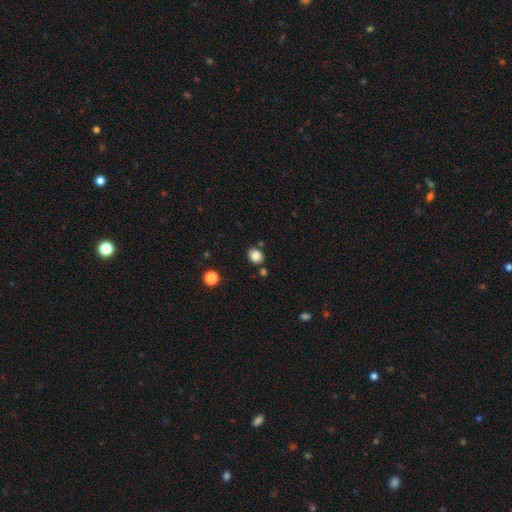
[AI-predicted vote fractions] Q: Smooth or featured?
A: smooth (84%); runner-up: star or artifact (10%)
Q: How rounded?
A: round (55%); runner-up: in between (44%)
Q: Merging?
A: none (78%); runner-up: minor disturbance (12%)